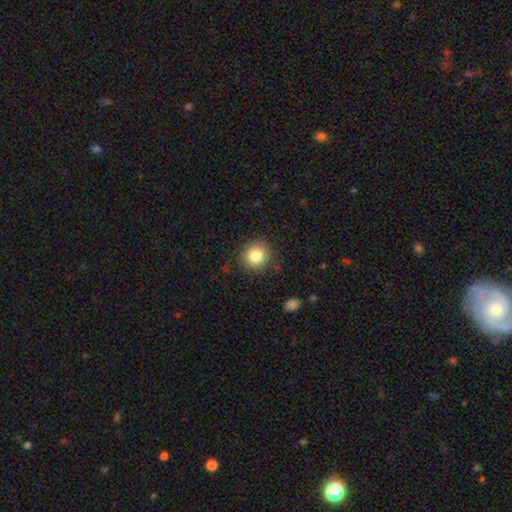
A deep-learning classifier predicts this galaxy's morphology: A smooth galaxy with no disk features (83%) that is round (90%). Merging: none (87%).